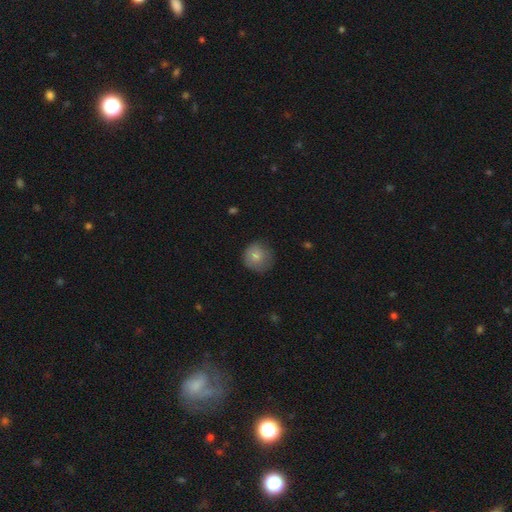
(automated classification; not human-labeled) Overall: smooth (81%). How rounded: round (88%). Merging: none (69%).